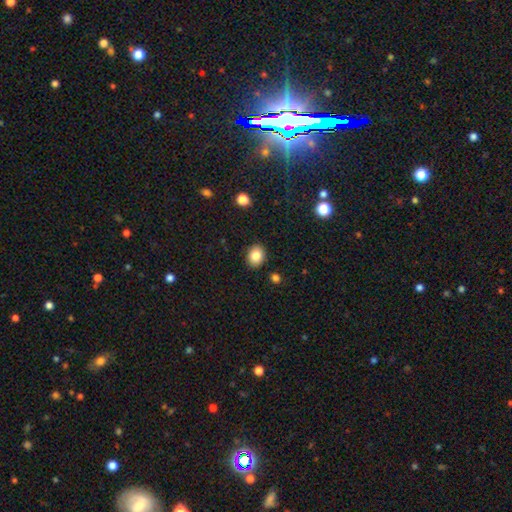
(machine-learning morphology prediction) Smooth or featured? Predicted: smooth (p=0.83). How rounded? Predicted: in between (p=0.50, tied with round). Merging? Predicted: none (p=0.89).